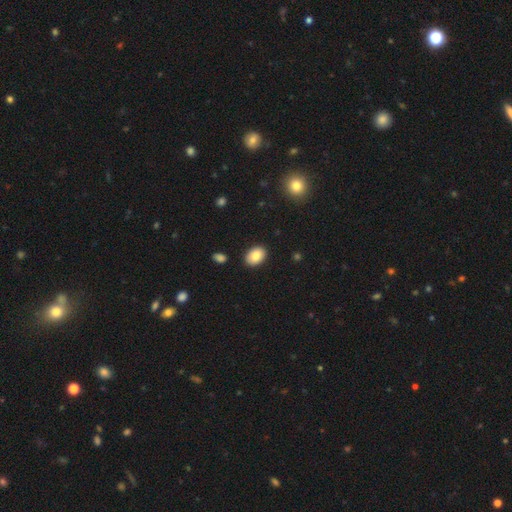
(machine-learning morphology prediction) Smooth or featured? Predicted: smooth (p=0.84). How rounded? Predicted: in between (p=0.83). Merging? Predicted: none (p=0.88).